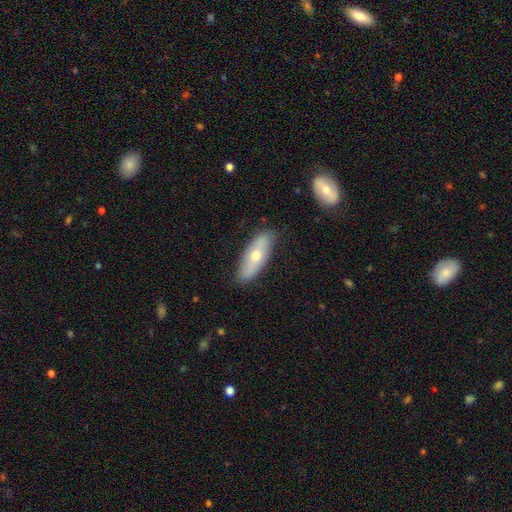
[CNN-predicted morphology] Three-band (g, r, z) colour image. It shows a smooth galaxy with no disk features (56%) that is in between round and cigar-shaped (70%). Merging: none (84%).